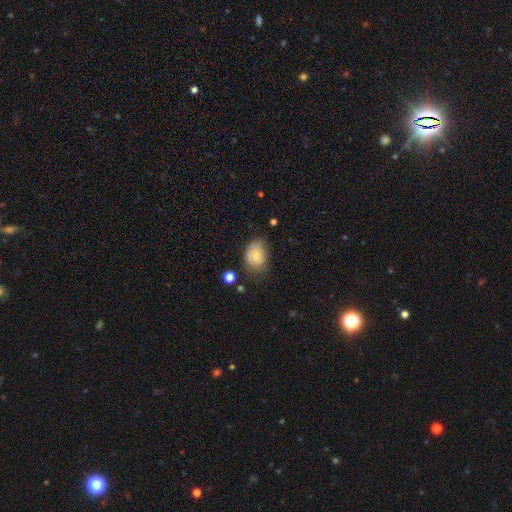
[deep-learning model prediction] Smooth or featured? smooth (71%)
How rounded? in between (55%)
Merging? none (51%)